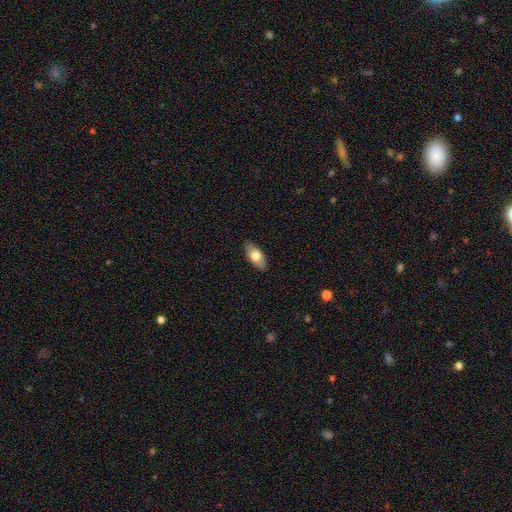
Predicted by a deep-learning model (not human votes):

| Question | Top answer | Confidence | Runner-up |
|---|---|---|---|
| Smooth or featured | smooth | 72% | featured or disk (21%) |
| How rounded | in between | 88% | cigar-shaped (8%) |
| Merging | none | 85% | minor disturbance (12%) |